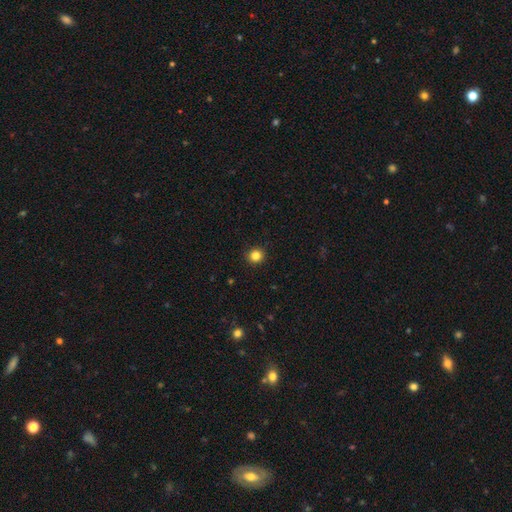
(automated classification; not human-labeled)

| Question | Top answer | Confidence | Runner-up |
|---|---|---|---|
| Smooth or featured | smooth | 83% | star or artifact (12%) |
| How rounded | round | 92% | in between (7%) |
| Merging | none | 93% | minor disturbance (4%) |